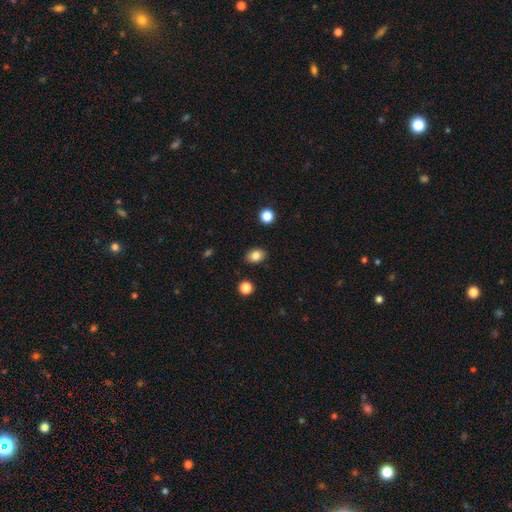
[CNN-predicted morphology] Smooth or featured? smooth (84%)
How rounded? in between (71%)
Merging? none (87%)